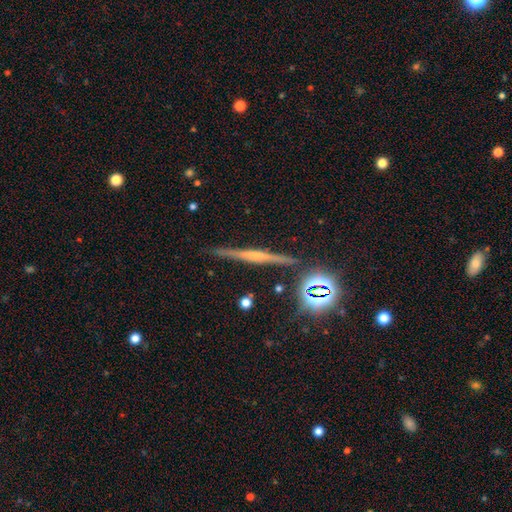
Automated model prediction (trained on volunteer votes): Q: Smooth or featured?
A: featured or disk (65%); runner-up: smooth (18%)
Q: Edge-on disk?
A: yes (97%); runner-up: no (3%)
Q: Edge-on bulge?
A: rounded (62%); runner-up: none (26%)
Q: Merging?
A: none (89%); runner-up: minor disturbance (7%)